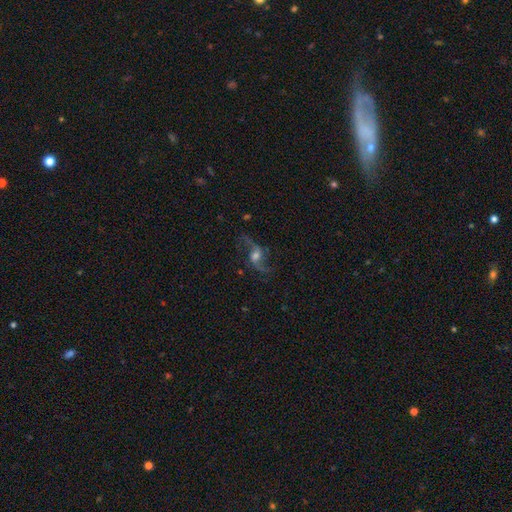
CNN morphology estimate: smooth-or-featured: featured or disk: 84% | star or artifact: 8% | smooth: 8%
  disk-edge-on: no: 94% | yes: 6%
    bar: no: 44% | weak: 40% | strong: 16%
    has-spiral-arms: yes: 95% | no: 5%
      spiral-winding: loose: 87% | medium: 11% | tight: 2%
      spiral-arm-count: 2: 93% | 1: 2% | can't tell: 2% | 3: 1% | 4: 1% | more than 4: 1%
    bulge-size: moderate: 57% | small: 24% | large: 13% | none: 4% | dominant: 2%
  merging: none: 73% | minor disturbance: 14% | major disturbance: 12% | merger: 2%